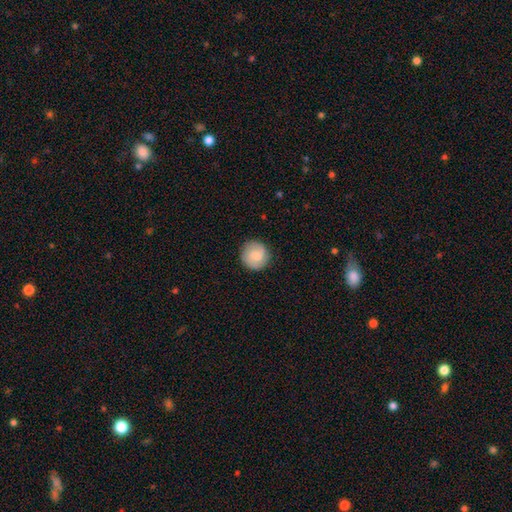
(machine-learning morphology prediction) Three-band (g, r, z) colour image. It shows a smooth galaxy with no disk features (68%) that is round (93%). Merging: none (86%).